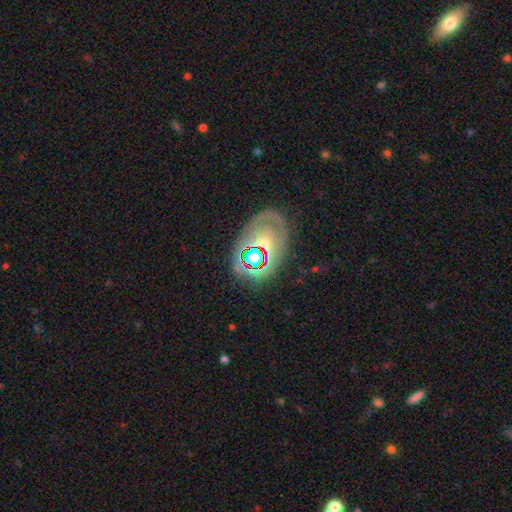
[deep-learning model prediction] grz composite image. It shows a smooth galaxy with no disk features (37%). Merging: none (69%).